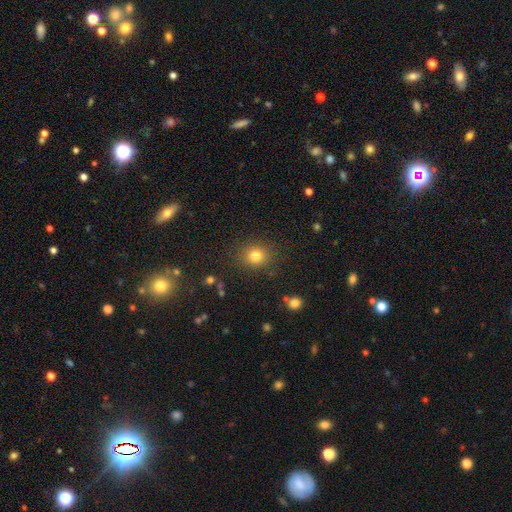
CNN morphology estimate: A smooth galaxy with no disk features (80%) that is round (79%).

Vote fractions:
- Smooth or featured? smooth: 80% / star or artifact: 13% / featured or disk: 6%
- How rounded? round: 79% / in between: 20% / cigar-shaped: 1%
- Merging? none: 86% / minor disturbance: 9% / major disturbance: 3% / merger: 2%